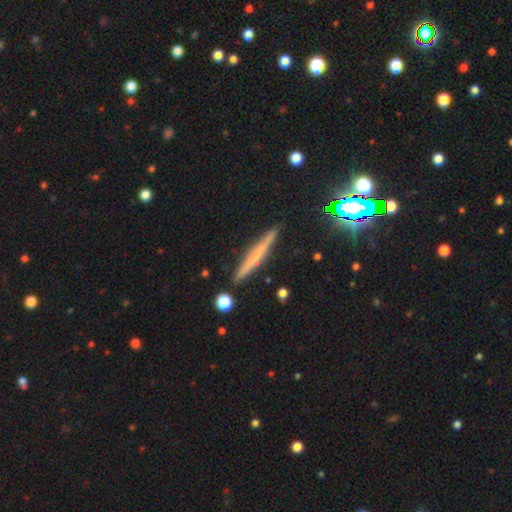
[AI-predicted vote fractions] A smooth galaxy with no disk features (47%).

Vote fractions:
- Smooth or featured? smooth: 47% / featured or disk: 42% / star or artifact: 10%
- Merging? none: 89% / minor disturbance: 7% / merger: 2% / major disturbance: 2%